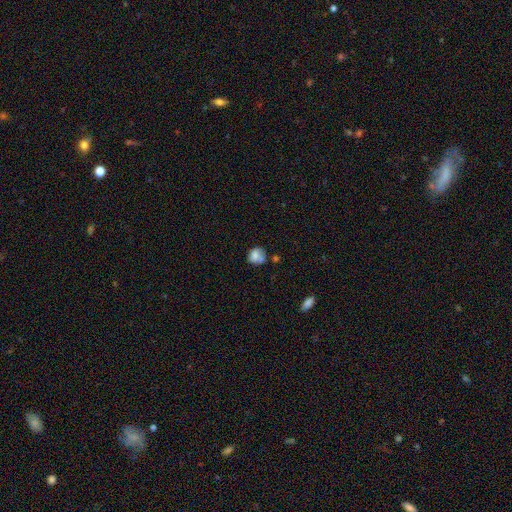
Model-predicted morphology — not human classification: Smooth or featured? smooth (75%)
How rounded? round (73%)
Merging? none (48%)